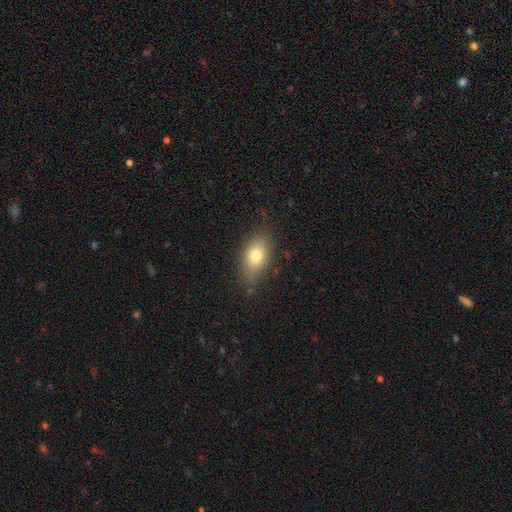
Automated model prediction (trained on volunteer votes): A smooth galaxy with no disk features (76%) that is in between round and cigar-shaped (84%).

Vote fractions:
- Smooth or featured? smooth: 76% / featured or disk: 15% / star or artifact: 9%
- How rounded? in between: 84% / round: 10% / cigar-shaped: 6%
- Merging? none: 74% / minor disturbance: 19% / major disturbance: 5% / merger: 2%